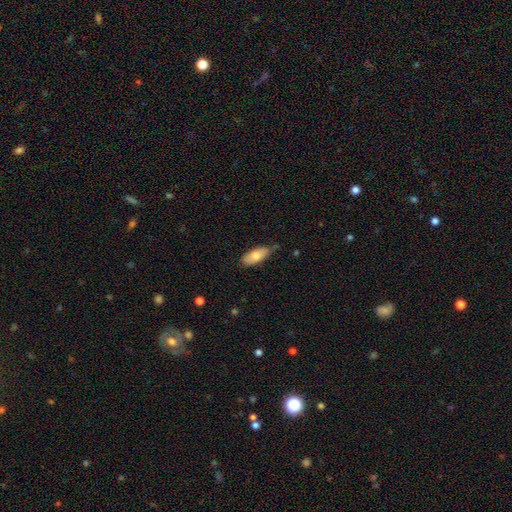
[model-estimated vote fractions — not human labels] Smooth or featured? smooth (74%)
How rounded? in between (80%)
Merging? none (67%)